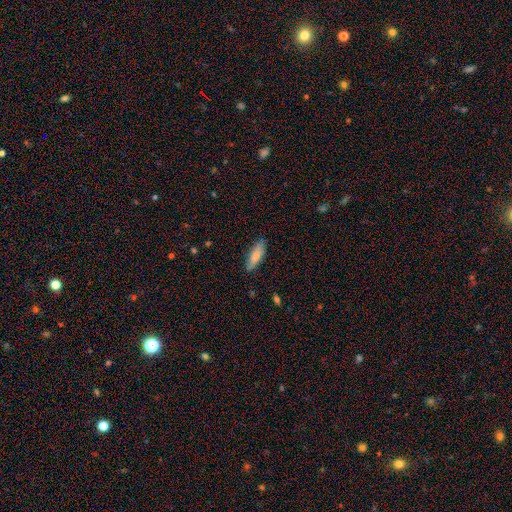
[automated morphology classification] Q: Smooth or featured?
A: smooth (79%); runner-up: featured or disk (15%)
Q: How rounded?
A: cigar-shaped (52%); runner-up: in between (46%)
Q: Merging?
A: none (86%); runner-up: minor disturbance (11%)